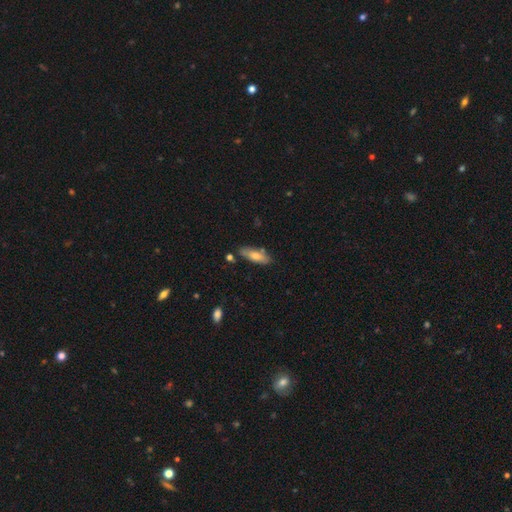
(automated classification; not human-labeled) smooth_or_featured: smooth (p=0.70) [alt: featured or disk p=0.24]
how_rounded: in between (p=0.66) [alt: cigar-shaped p=0.32]
merging: none (p=0.75) [alt: minor disturbance p=0.16]